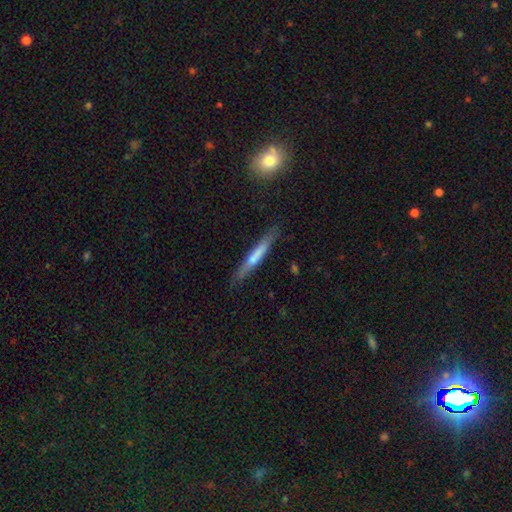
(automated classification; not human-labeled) Smooth or featured? Predicted: smooth (p=0.58). How rounded? Predicted: cigar-shaped (p=0.94). Merging? Predicted: none (p=0.83).